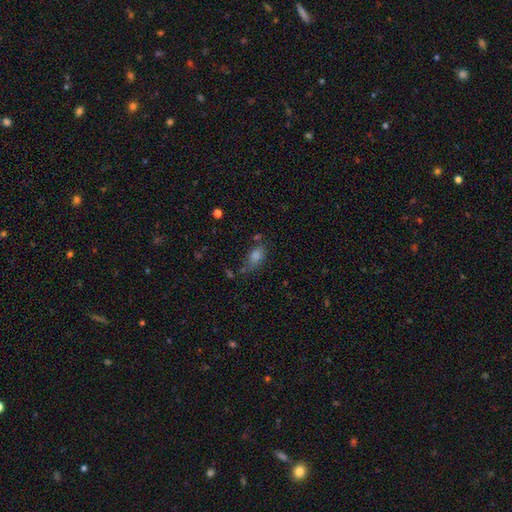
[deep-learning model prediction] Smooth or featured?
  - smooth: 71% *
  - star or artifact: 17%
  - featured or disk: 12%
How rounded?
  - in between: 80% *
  - round: 12%
  - cigar-shaped: 7%
Merging?
  - none: 57% *
  - minor disturbance: 23%
  - merger: 10%
  - major disturbance: 10%